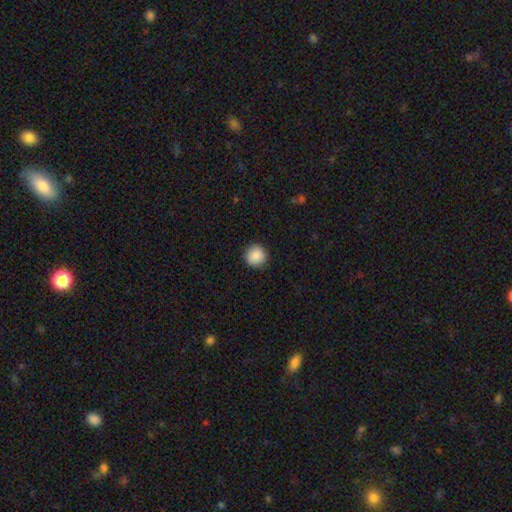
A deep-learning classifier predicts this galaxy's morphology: smooth-or-featured: smooth: 89% | star or artifact: 8% | featured or disk: 3%
  how-rounded: round: 95% | in between: 4% | cigar-shaped: 1%
  merging: none: 92% | minor disturbance: 6% | major disturbance: 2% | merger: 1%